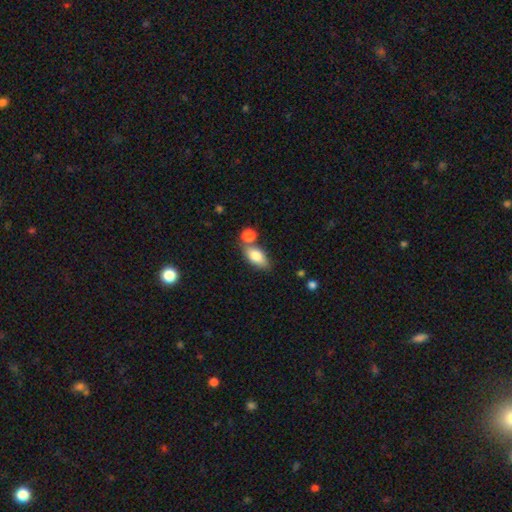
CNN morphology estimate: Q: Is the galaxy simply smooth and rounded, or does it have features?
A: smooth — 80%.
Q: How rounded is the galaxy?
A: in between — 87%.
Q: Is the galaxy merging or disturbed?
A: none — 59%.